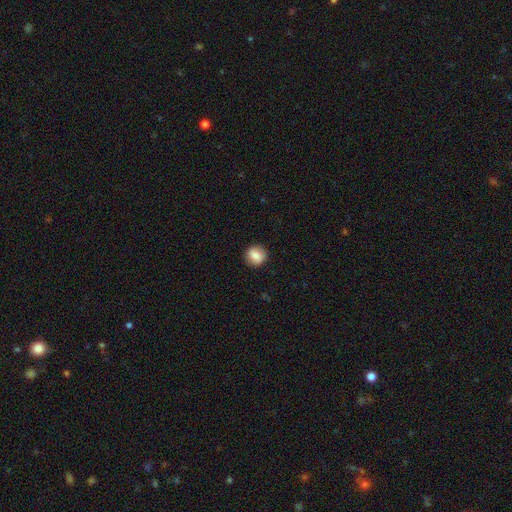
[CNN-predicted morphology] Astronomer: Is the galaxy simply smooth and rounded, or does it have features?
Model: smooth — 76%.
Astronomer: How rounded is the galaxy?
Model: round — 85%.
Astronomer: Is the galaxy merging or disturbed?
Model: none — 88%.